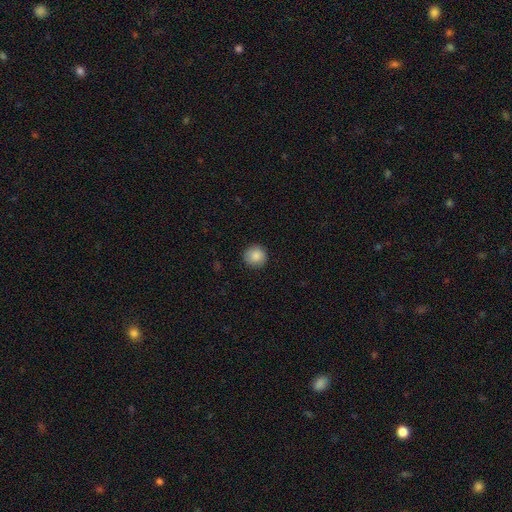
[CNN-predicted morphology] The model was most divided on "smooth or featured": smooth: 88%, star or artifact: 8%, featured or disk: 4%. More confident: how rounded — round (94%); merging — none (90%).